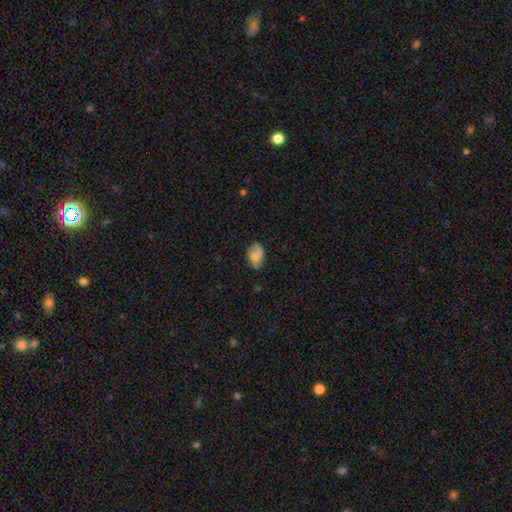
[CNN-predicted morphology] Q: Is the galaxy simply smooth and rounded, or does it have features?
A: smooth — 71%.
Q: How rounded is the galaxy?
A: in between — 86%.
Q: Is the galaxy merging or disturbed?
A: none — 61%.